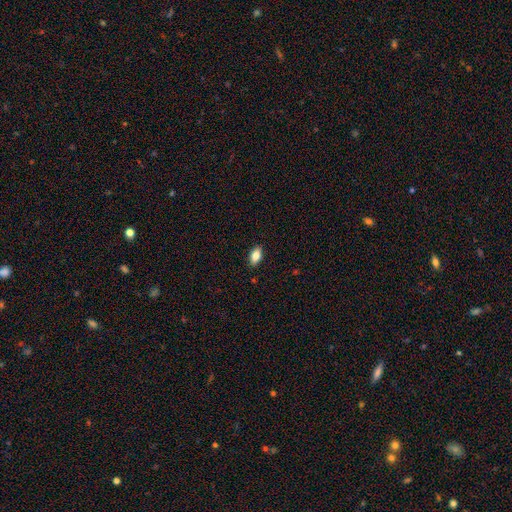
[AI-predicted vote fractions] smooth_or_featured: smooth (p=0.83) [alt: featured or disk p=0.09]
how_rounded: in between (p=0.90) [alt: cigar-shaped p=0.05]
merging: none (p=0.88) [alt: minor disturbance p=0.09]